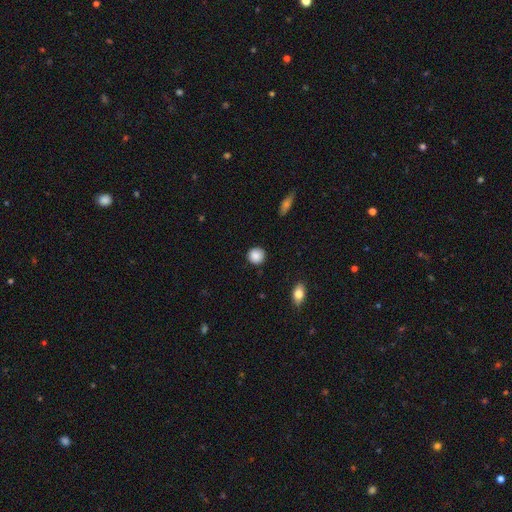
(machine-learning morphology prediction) A smooth galaxy with no disk features (88%) that is round (91%). Merging: none (88%).